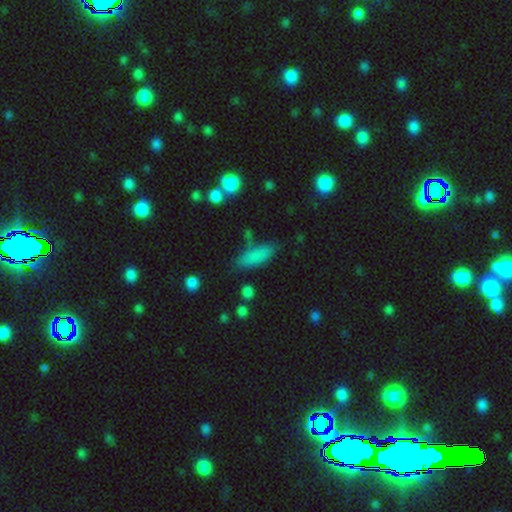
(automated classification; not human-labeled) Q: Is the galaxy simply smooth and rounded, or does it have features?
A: smooth — 82%.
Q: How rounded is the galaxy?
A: in between — 52%.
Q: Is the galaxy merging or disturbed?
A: none — 73%.